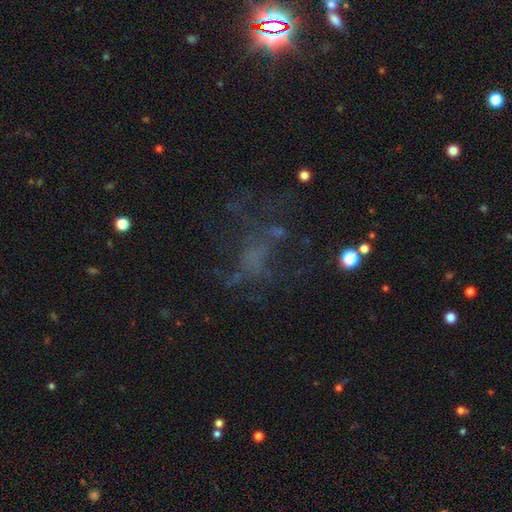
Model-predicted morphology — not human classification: A star or artifact, not a galaxy (40%, tied with featured or disk).